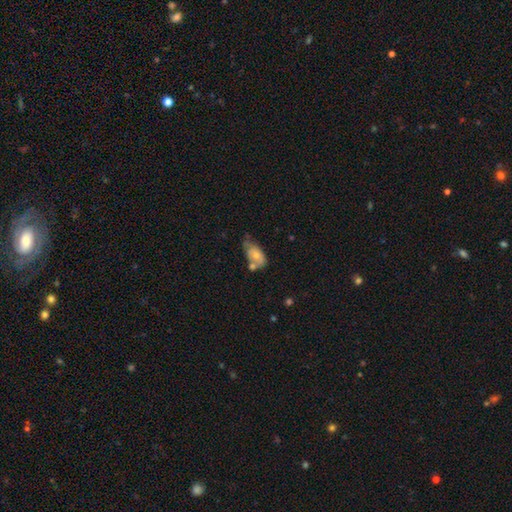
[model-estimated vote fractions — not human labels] smooth-or-featured: smooth: 65% | featured or disk: 27% | star or artifact: 8%
  how-rounded: in between: 90% | round: 7% | cigar-shaped: 3%
  merging: merger: 30% | none: 29% | minor disturbance: 28% | major disturbance: 13%